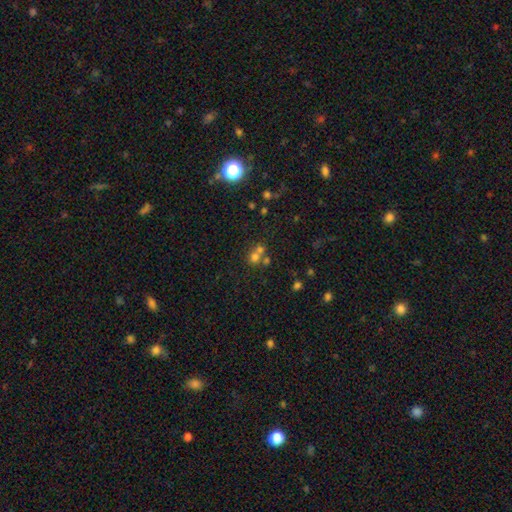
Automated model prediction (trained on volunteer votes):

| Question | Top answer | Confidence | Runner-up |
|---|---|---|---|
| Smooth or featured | smooth | 61% | star or artifact (22%) |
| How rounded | round | 77% | in between (22%) |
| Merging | merger | 53% | none (37%) |